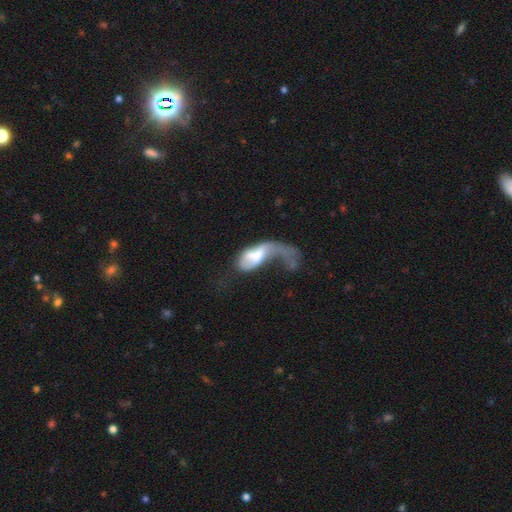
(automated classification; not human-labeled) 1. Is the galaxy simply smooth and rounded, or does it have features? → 46% featured or disk (tied), 46% smooth (tied), 8% star or artifact.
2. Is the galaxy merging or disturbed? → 64% major disturbance, 17% merger, 10% none, 10% minor disturbance.